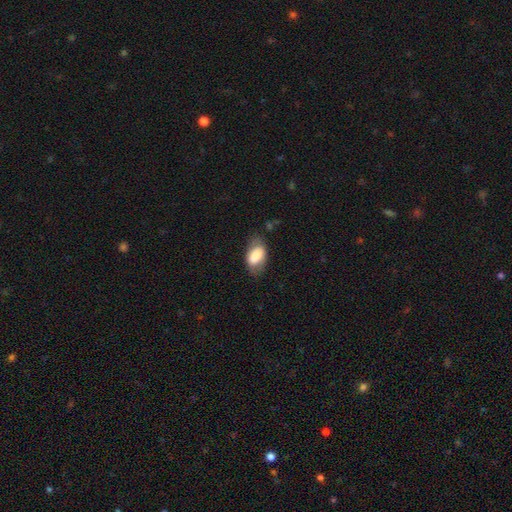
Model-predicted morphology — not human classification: The model was most divided on "merging": none: 66%, minor disturbance: 23%, major disturbance: 9%, merger: 2%. More confident: how rounded — in between (92%); smooth or featured — smooth (77%).